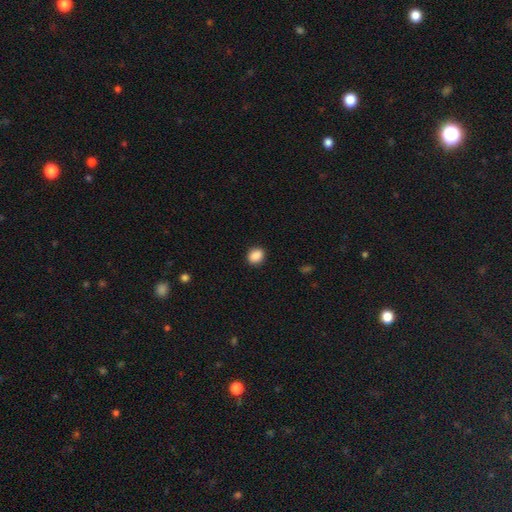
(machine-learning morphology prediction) A smooth galaxy with no disk features (89%) that is round (60%).

Vote fractions:
- Smooth or featured? smooth: 89% / star or artifact: 8% / featured or disk: 3%
- How rounded? round: 60% / in between: 39% / cigar-shaped: 1%
- Merging? none: 90% / minor disturbance: 7% / major disturbance: 2% / merger: 1%